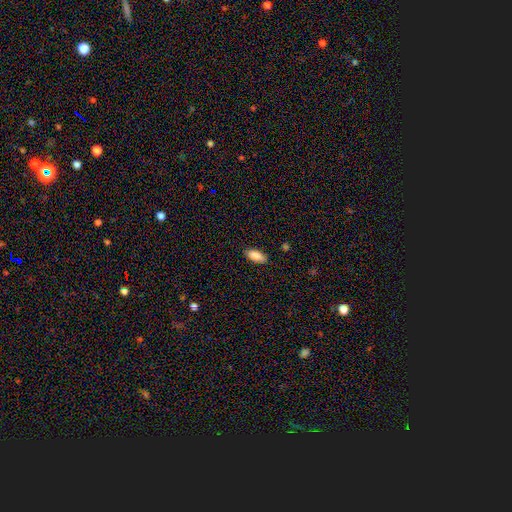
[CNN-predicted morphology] Smooth or featured? Predicted: smooth (p=0.89). How rounded? Predicted: in between (p=0.87). Merging? Predicted: none (p=0.87).